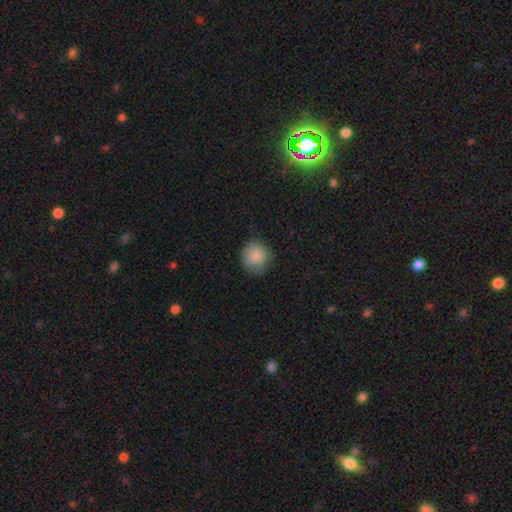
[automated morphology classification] This is clearly a smooth galaxy (86%). How rounded: clearly round (90%). Merging: likely none (75%).